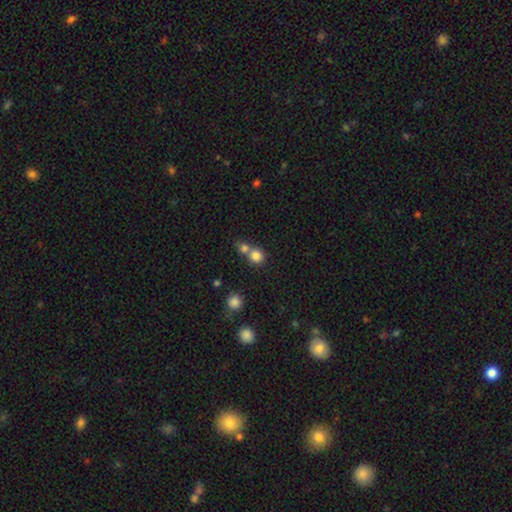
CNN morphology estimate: Q: Smooth or featured?
A: smooth (80%); runner-up: star or artifact (12%)
Q: How rounded?
A: round (87%); runner-up: in between (12%)
Q: Merging?
A: merger (47%); runner-up: none (44%)